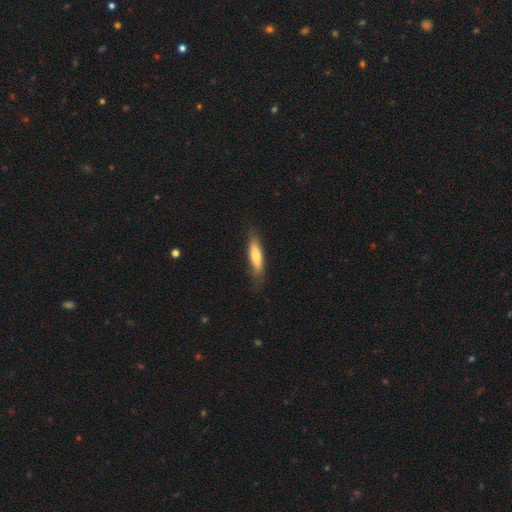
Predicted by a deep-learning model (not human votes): This is likely a smooth galaxy (69%). How rounded: likely cigar-shaped (66%). Merging: likely none (78%).